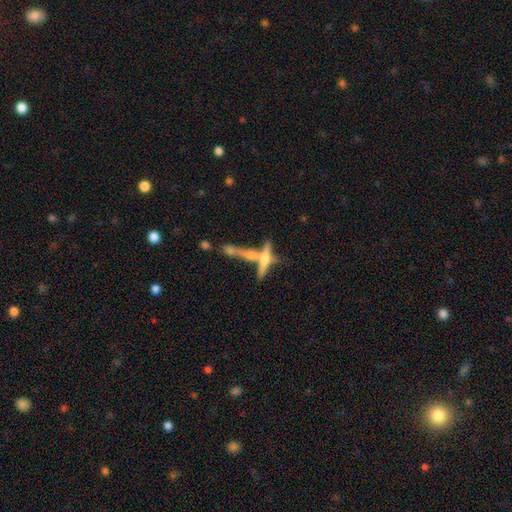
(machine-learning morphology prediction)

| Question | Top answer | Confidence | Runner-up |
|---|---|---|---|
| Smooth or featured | featured or disk | 64% | smooth (23%) |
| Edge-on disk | yes | 86% | no (14%) |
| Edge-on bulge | rounded | 75% | none (18%) |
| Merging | none | 44% | merger (38%) |